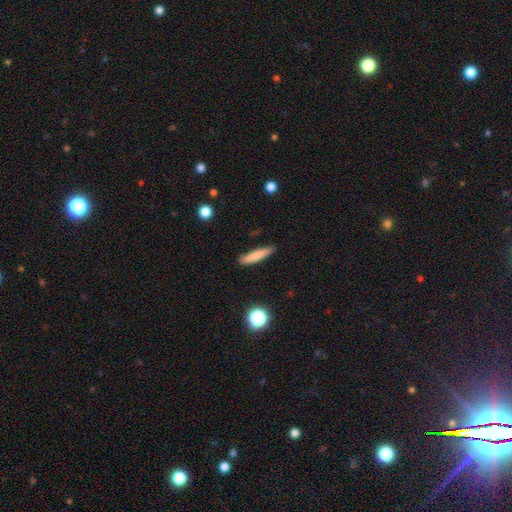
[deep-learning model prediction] Smooth or featured? smooth (78%)
How rounded? cigar-shaped (88%)
Merging? none (88%)